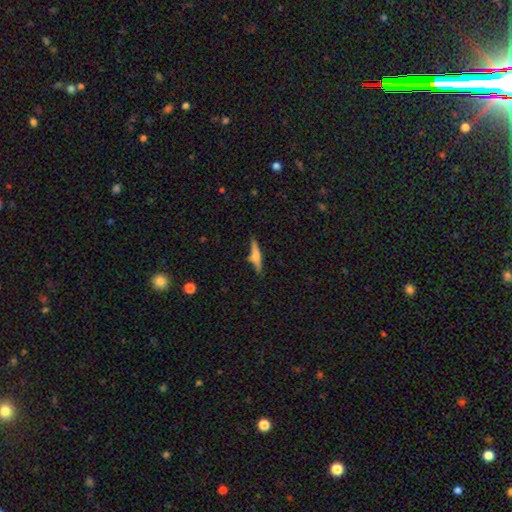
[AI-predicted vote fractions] Smooth or featured: featured or disk — 48% (smooth — 45%)
Merging: none — 79% (minor disturbance — 13%)